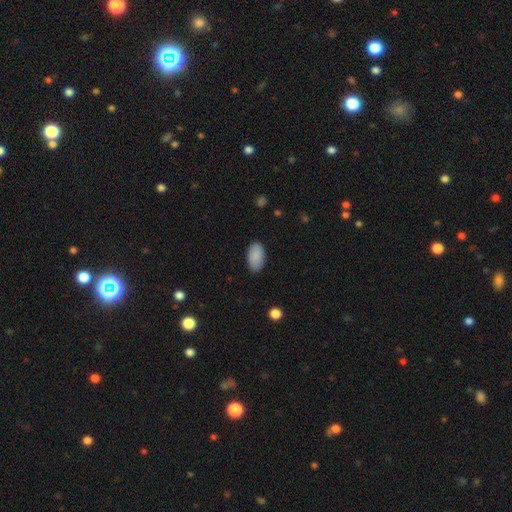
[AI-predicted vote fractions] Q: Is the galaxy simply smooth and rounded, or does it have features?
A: smooth — 89%.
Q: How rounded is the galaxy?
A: in between — 95%.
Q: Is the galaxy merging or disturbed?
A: none — 86%.